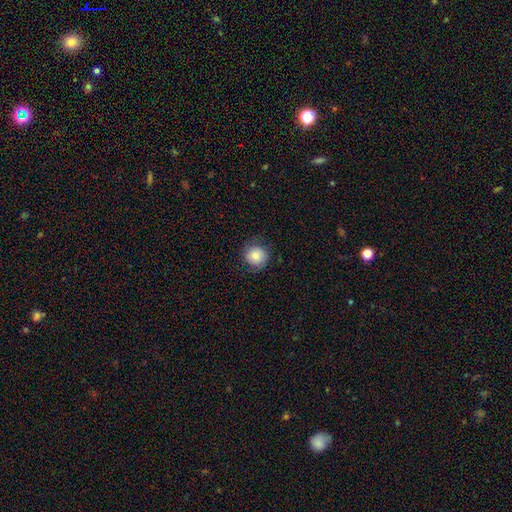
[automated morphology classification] smooth-or-featured: smooth: 81% | featured or disk: 11% | star or artifact: 8%
  how-rounded: round: 89% | in between: 10% | cigar-shaped: 1%
  merging: none: 79% | minor disturbance: 15% | major disturbance: 5% | merger: 1%